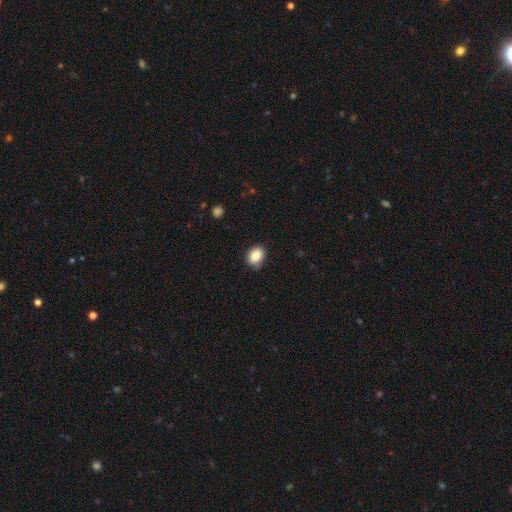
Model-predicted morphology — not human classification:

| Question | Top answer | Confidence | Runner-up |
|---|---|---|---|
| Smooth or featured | smooth | 87% | star or artifact (8%) |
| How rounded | in between | 65% | round (34%) |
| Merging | none | 80% | minor disturbance (16%) |